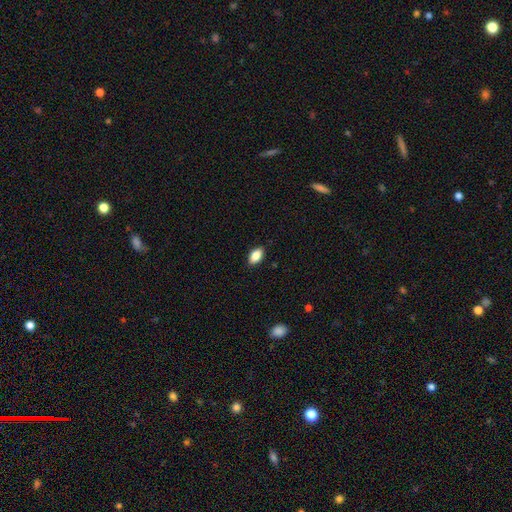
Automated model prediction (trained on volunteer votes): Overall: smooth (88%). How rounded: in between (92%). Merging: none (88%).